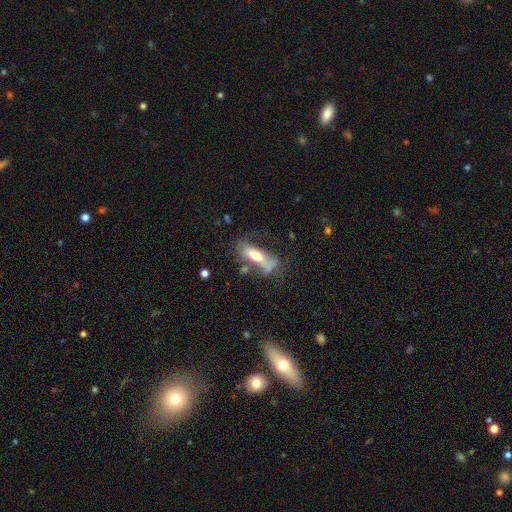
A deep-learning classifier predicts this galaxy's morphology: Q: Smooth or featured?
A: smooth (54%); runner-up: featured or disk (37%)
Q: How rounded?
A: in between (49%); runner-up: cigar-shaped (48%)
Q: Merging?
A: none (36%); runner-up: minor disturbance (25%)